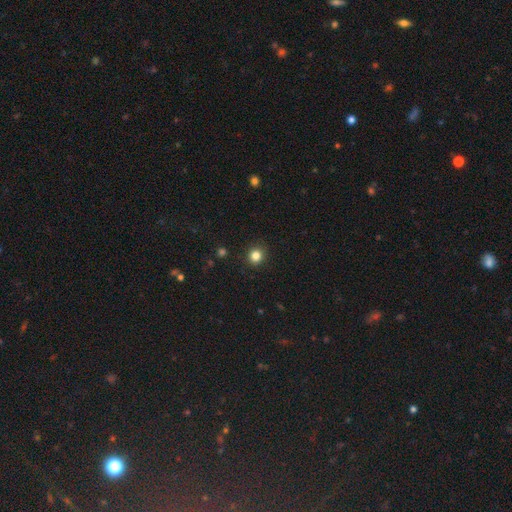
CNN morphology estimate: Smooth or featured? smooth (83%)
How rounded? round (88%)
Merging? none (91%)